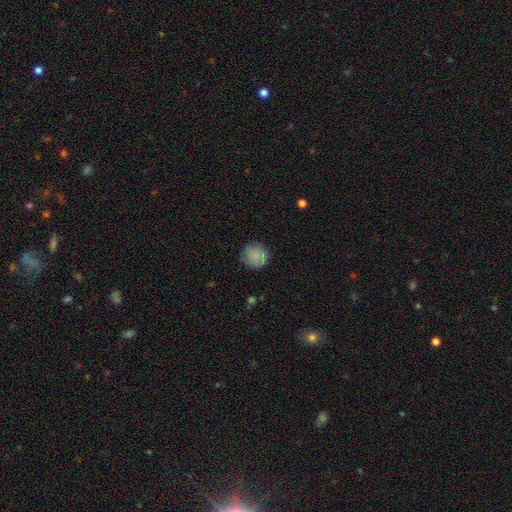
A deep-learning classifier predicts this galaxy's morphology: smooth-or-featured: smooth: 83% | featured or disk: 10% | star or artifact: 8%
  how-rounded: round: 92% | in between: 7% | cigar-shaped: 1%
  merging: none: 82% | minor disturbance: 13% | major disturbance: 3% | merger: 1%